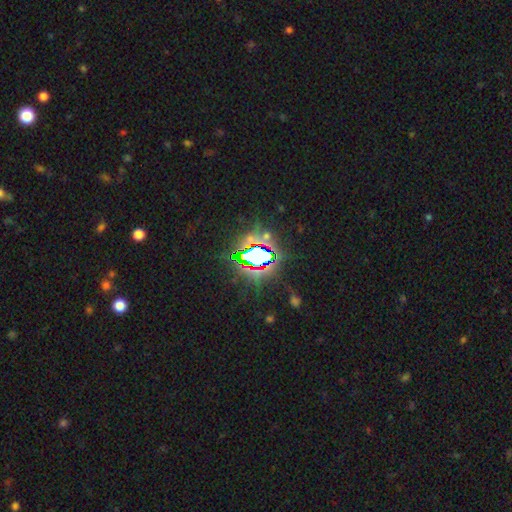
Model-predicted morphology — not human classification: A star or artifact, not a galaxy (76%).